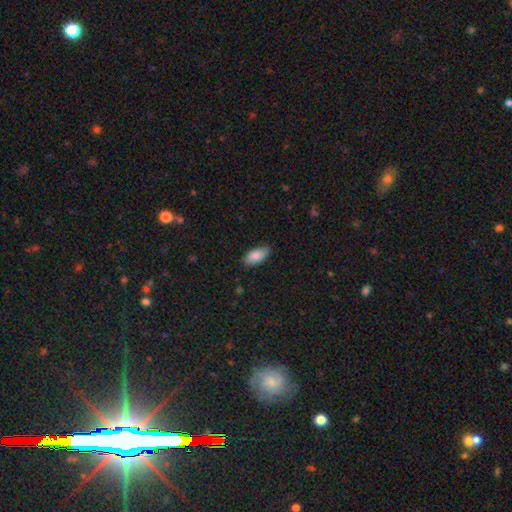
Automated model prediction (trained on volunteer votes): This is clearly a smooth galaxy (88%). How rounded: clearly in between (91%). Merging: clearly none (84%).